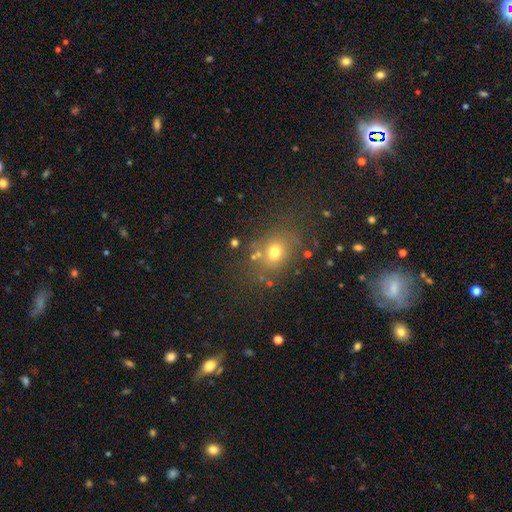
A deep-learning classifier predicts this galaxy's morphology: type=smooth (65%); roundness=round (57%); merging=none (73%).